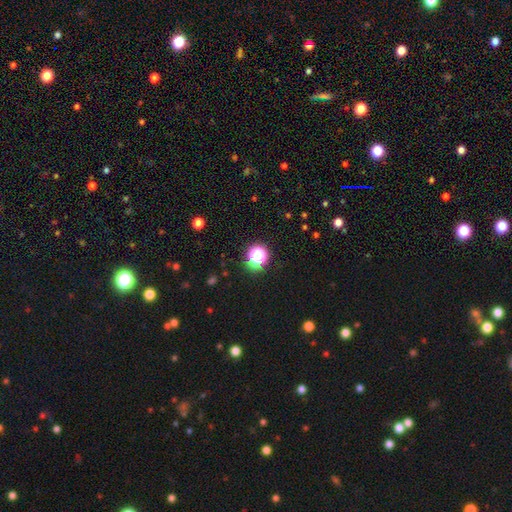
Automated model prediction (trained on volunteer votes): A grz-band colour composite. It shows a star or artifact, not a galaxy (48%).